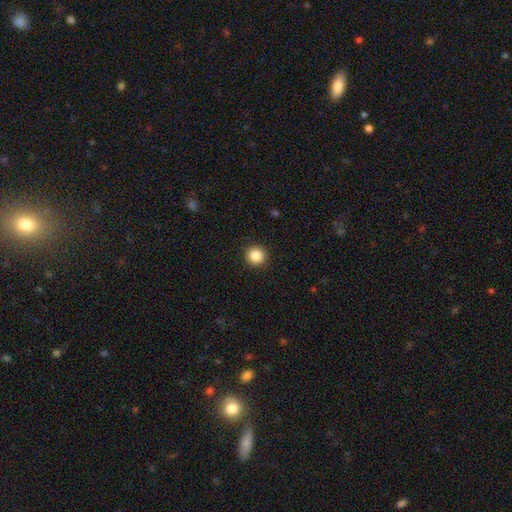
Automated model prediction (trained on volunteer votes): The model was most divided on "smooth or featured": smooth: 86%, star or artifact: 10%, featured or disk: 4%. More confident: how rounded — round (95%); merging — none (93%).